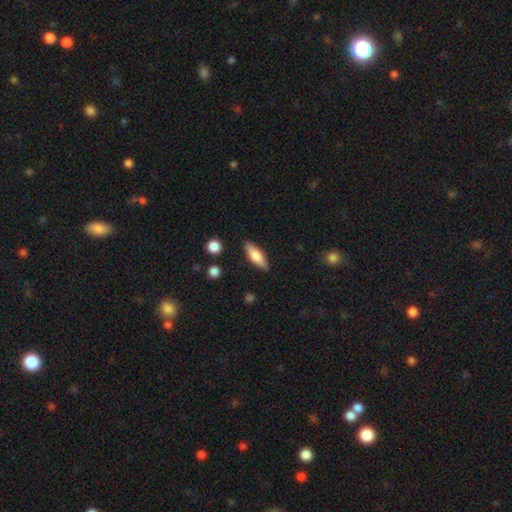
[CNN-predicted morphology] Smooth or featured?
  - smooth: 73% *
  - featured or disk: 21%
  - star or artifact: 6%
How rounded?
  - in between: 59% *
  - cigar-shaped: 39%
  - round: 2%
Merging?
  - none: 85% *
  - minor disturbance: 11%
  - major disturbance: 2%
  - merger: 2%